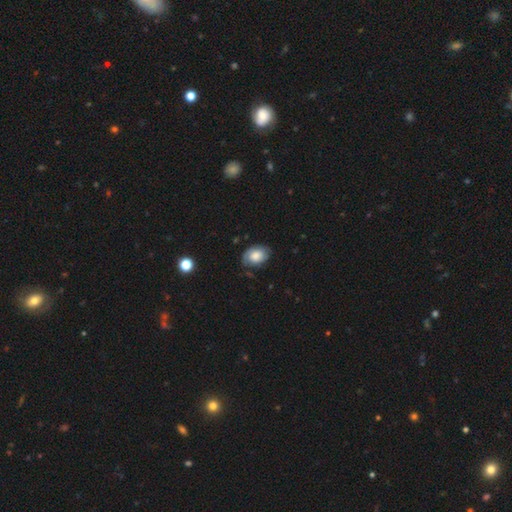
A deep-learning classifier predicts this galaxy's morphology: smooth 64%, featured or disk 29%, star or artifact 7%. Down the decision tree: how rounded — in between (80%); merging — none (69%).